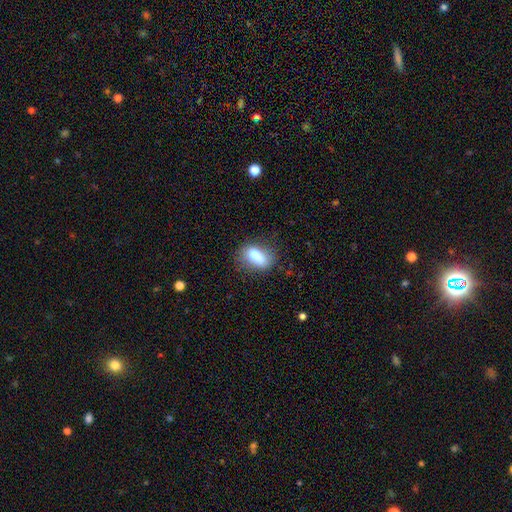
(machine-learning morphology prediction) Smooth or featured?
  - smooth: 77% *
  - featured or disk: 14%
  - star or artifact: 9%
How rounded?
  - in between: 82% *
  - round: 11%
  - cigar-shaped: 7%
Merging?
  - none: 64% *
  - minor disturbance: 23%
  - major disturbance: 9%
  - merger: 4%